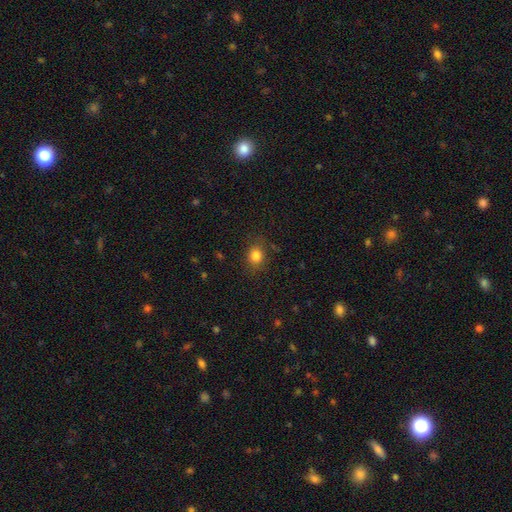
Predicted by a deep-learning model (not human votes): The model was most divided on "how rounded": round: 63%, in between: 36%, cigar-shaped: 1%. More confident: smooth or featured — smooth (83%); merging — none (81%).